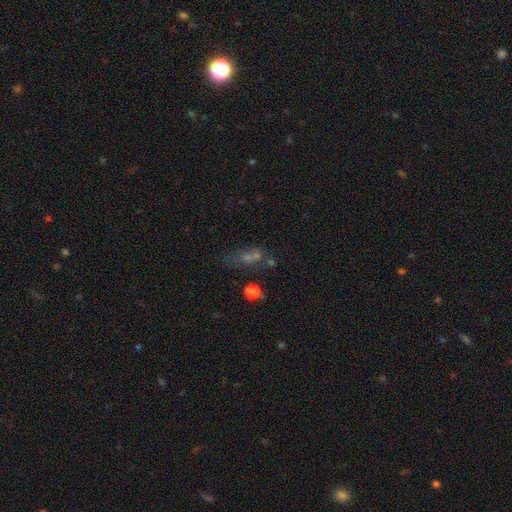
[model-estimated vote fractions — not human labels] Q: Smooth or featured?
A: smooth (47%); runner-up: star or artifact (30%)
Q: Merging?
A: none (43%); runner-up: merger (21%)